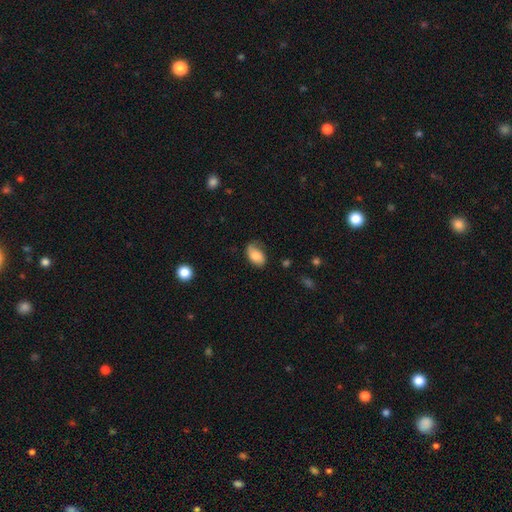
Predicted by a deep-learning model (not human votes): Smooth or featured?
  - smooth: 78% *
  - featured or disk: 14%
  - star or artifact: 7%
How rounded?
  - in between: 90% *
  - round: 9%
  - cigar-shaped: 1%
Merging?
  - none: 52% *
  - minor disturbance: 34%
  - major disturbance: 12%
  - merger: 2%